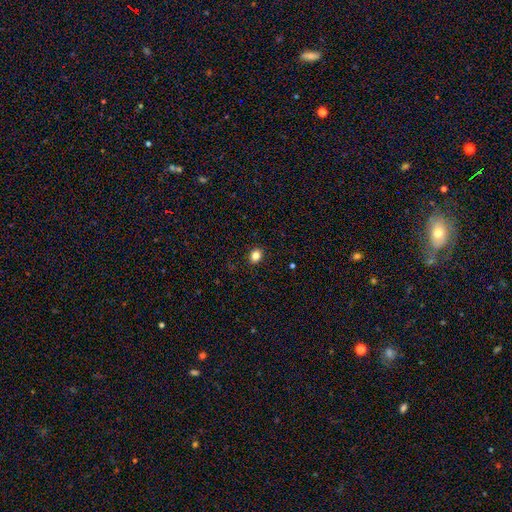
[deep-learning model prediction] The model was most divided on "how rounded": round: 52%, in between: 47%, cigar-shaped: 1%. More confident: merging — none (91%); smooth or featured — smooth (84%).